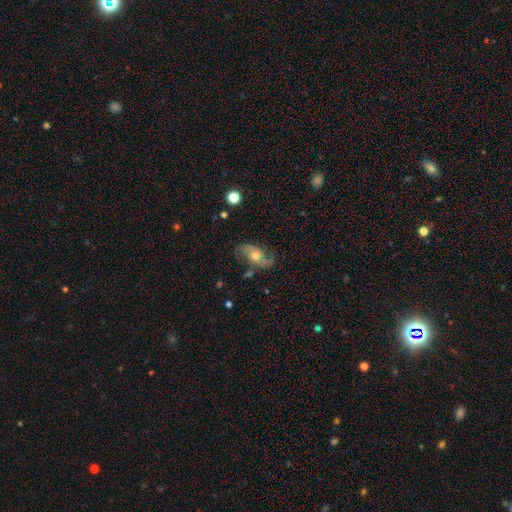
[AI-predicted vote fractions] The model was most divided on "smooth or featured": featured or disk: 65%, smooth: 27%, star or artifact: 9%. More confident: edge-on disk — no (91%); spiral arms — yes (84%); bar — no (70%); bulge size — moderate (69%); merging — none (68%).